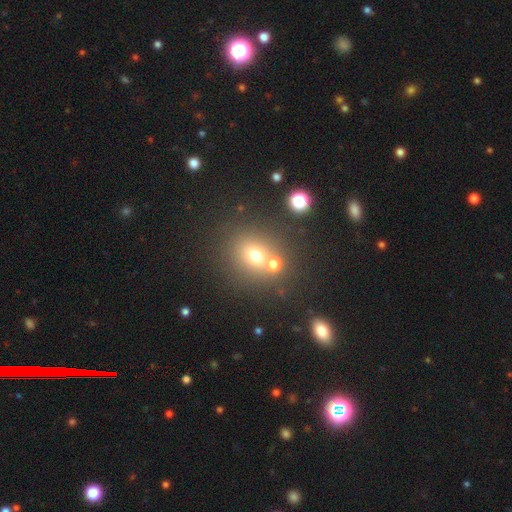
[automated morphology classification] A smooth galaxy with no disk features (69%) that is round (74%). Merging: none (50%).